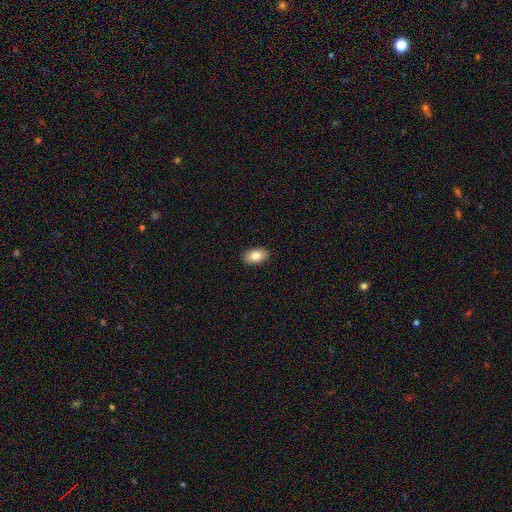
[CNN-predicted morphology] Smooth or featured? smooth (84%)
How rounded? in between (92%)
Merging? none (90%)